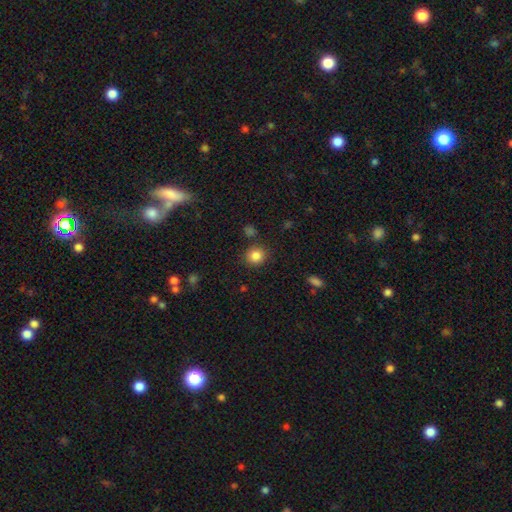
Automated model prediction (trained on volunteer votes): The model was most divided on "how rounded": round: 86%, in between: 13%, cigar-shaped: 1%. More confident: merging — none (85%); smooth or featured — smooth (84%).